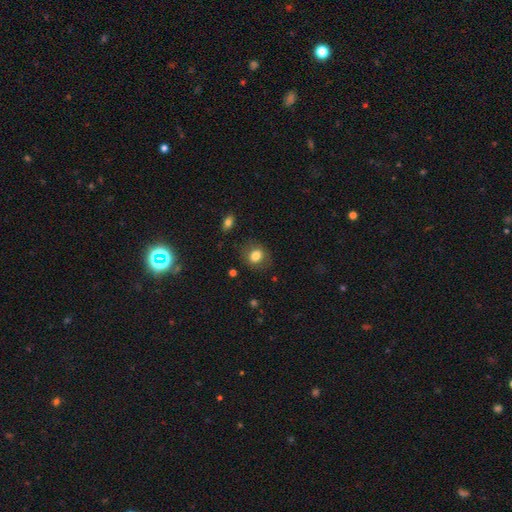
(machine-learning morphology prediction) This appears to be a smooth galaxy with no disk features (80%) that is round (61%). Merging: none (81%).